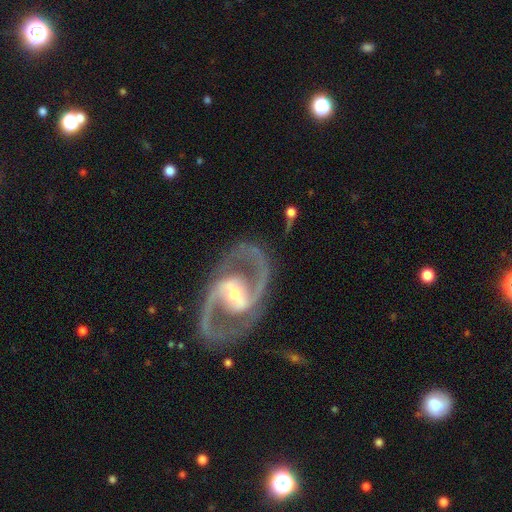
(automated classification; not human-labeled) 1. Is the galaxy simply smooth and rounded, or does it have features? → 93% featured or disk, 4% star or artifact, 3% smooth.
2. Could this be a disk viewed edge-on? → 97% no, 3% yes.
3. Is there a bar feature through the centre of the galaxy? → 44% strong, 38% weak, 18% no.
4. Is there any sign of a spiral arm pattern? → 98% yes, 2% no.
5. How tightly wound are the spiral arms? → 66% medium, 17% loose, 17% tight.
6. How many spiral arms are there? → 94% 2, 1% can't tell, 1% 3, 1% 1, 1% 4, 1% more than 4.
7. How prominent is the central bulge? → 53% moderate, 41% small, 4% large, 1% none, 1% dominant.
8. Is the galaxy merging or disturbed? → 83% none, 11% minor disturbance, 5% major disturbance, 2% merger.